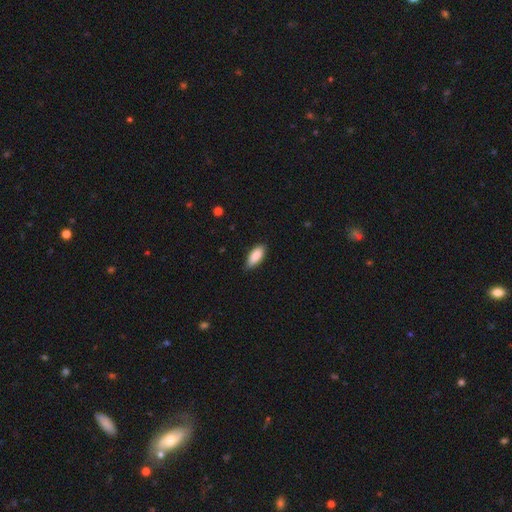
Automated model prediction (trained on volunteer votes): Q: Smooth or featured?
A: smooth (88%); runner-up: star or artifact (6%)
Q: How rounded?
A: in between (85%); runner-up: cigar-shaped (13%)
Q: Merging?
A: none (78%); runner-up: minor disturbance (18%)